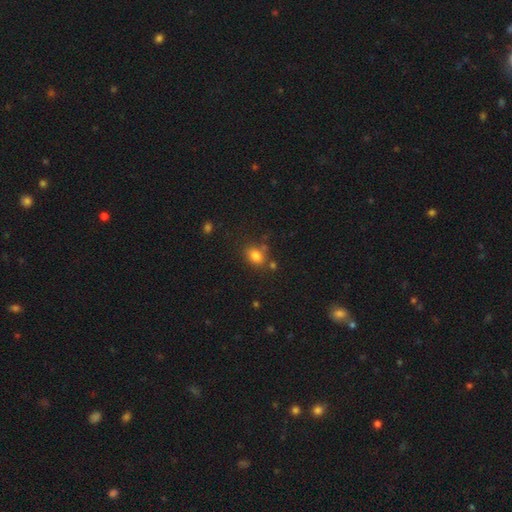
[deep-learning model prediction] A smooth galaxy with no disk features (80%) that is in between round and cigar-shaped (62%). Merging: none (68%).